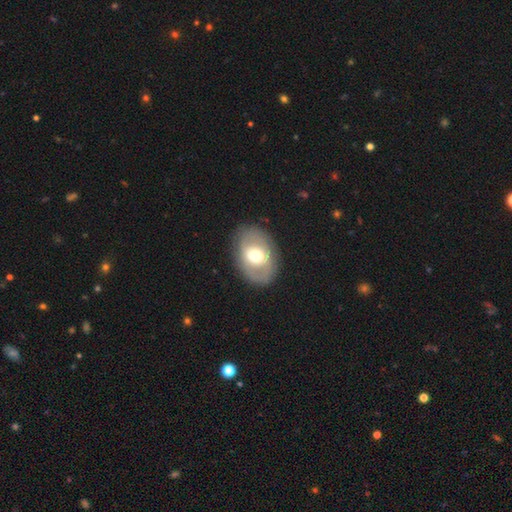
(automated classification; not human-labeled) smooth 47%, featured or disk 46%, star or artifact 6%. Down the decision tree: merging — none (82%).